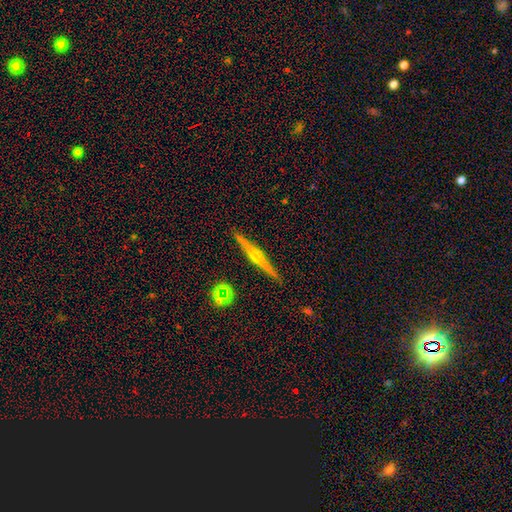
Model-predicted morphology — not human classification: A featured or disk galaxy (80%) viewed edge-on (98%) with a rounded central bulge (92%).

Vote fractions:
- Smooth or featured? featured or disk: 80% / smooth: 12% / star or artifact: 8%
- Edge-on disk? yes: 98% / no: 2%
- Edge-on bulge? rounded: 92% / none: 4% / boxy: 4%
- Merging? none: 92% / minor disturbance: 6% / major disturbance: 1% / merger: 1%